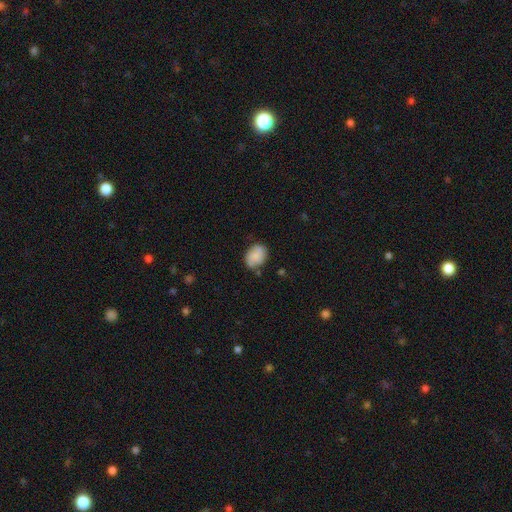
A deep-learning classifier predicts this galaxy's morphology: Smooth or featured?
  - smooth: 76% *
  - featured or disk: 16%
  - star or artifact: 8%
How rounded?
  - in between: 68% *
  - round: 31%
  - cigar-shaped: 1%
Merging?
  - none: 67% *
  - minor disturbance: 23%
  - major disturbance: 5%
  - merger: 4%